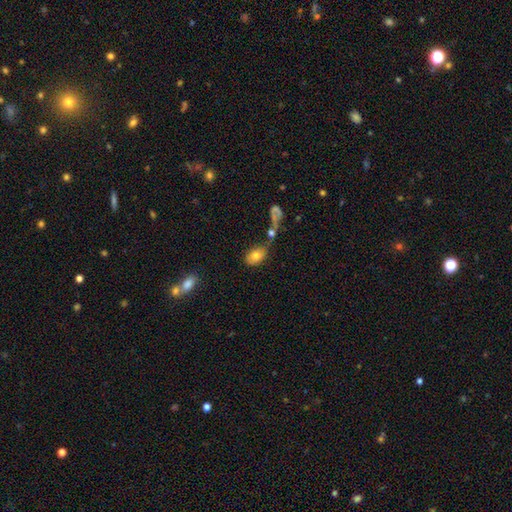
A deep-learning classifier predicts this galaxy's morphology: type=smooth (76%); roundness=in between (87%); merging=none (41%).